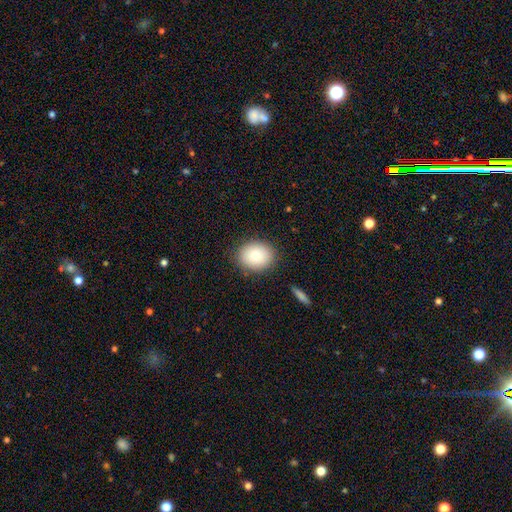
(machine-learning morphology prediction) Q: Smooth or featured?
A: smooth (83%); runner-up: featured or disk (9%)
Q: How rounded?
A: round (50%); runner-up: in between (49%)
Q: Merging?
A: none (87%); runner-up: minor disturbance (9%)